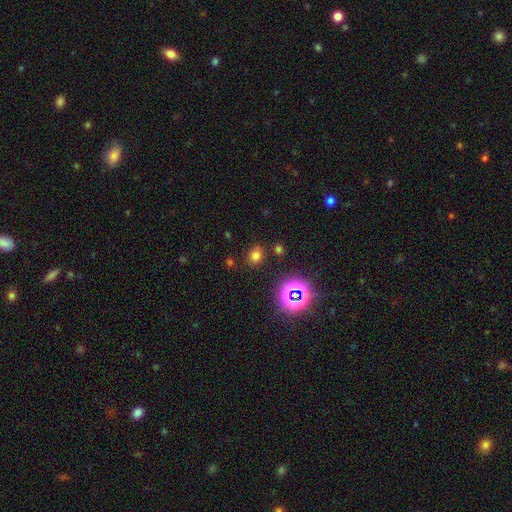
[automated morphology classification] This appears to be a smooth galaxy with no disk features (68%) that is round (55%). Merging: none (82%).